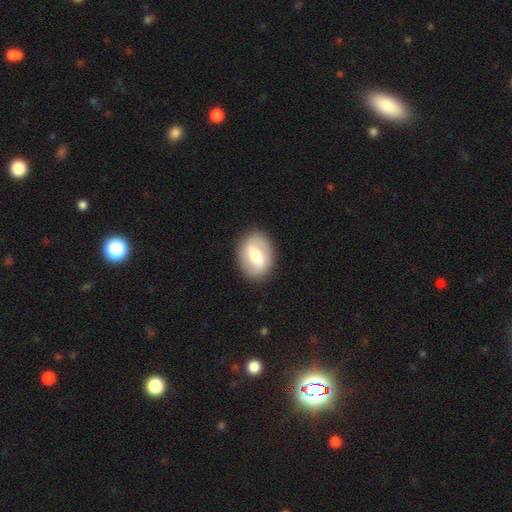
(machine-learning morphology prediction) Smooth or featured? Predicted: smooth (p=0.48). Merging? Predicted: none (p=0.86).